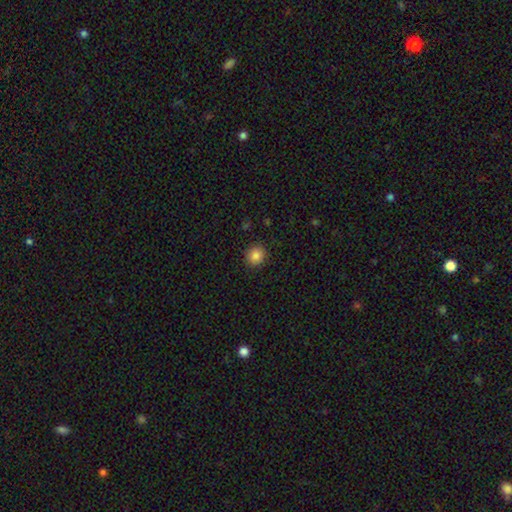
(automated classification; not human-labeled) A smooth galaxy with no disk features (85%) that is round (84%).

Vote fractions:
- Smooth or featured? smooth: 85% / star or artifact: 10% / featured or disk: 5%
- How rounded? round: 84% / in between: 15% / cigar-shaped: 1%
- Merging? none: 91% / minor disturbance: 6% / major disturbance: 2% / merger: 1%